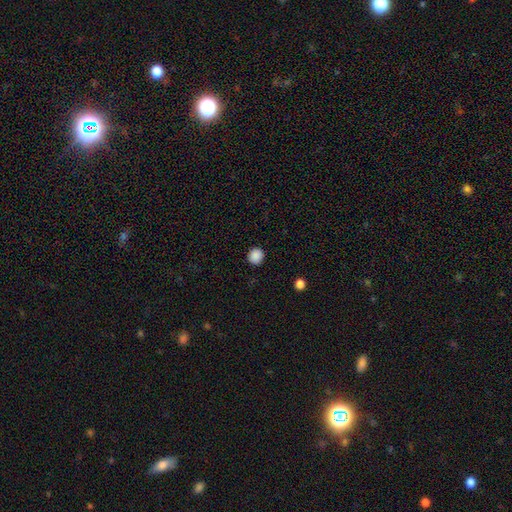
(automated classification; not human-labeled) smooth-or-featured: smooth: 88% | star or artifact: 10% | featured or disk: 3%
  how-rounded: round: 92% | in between: 7% | cigar-shaped: 1%
  merging: none: 92% | minor disturbance: 6% | major disturbance: 2% | merger: 1%